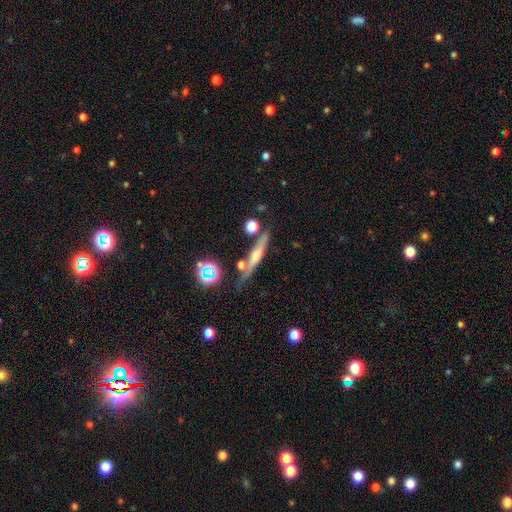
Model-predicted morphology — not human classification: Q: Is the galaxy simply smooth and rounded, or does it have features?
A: featured or disk — 64%.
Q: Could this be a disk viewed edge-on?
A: yes — 94%.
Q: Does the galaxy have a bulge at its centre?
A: rounded — 80%.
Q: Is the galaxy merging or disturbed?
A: none — 77%.